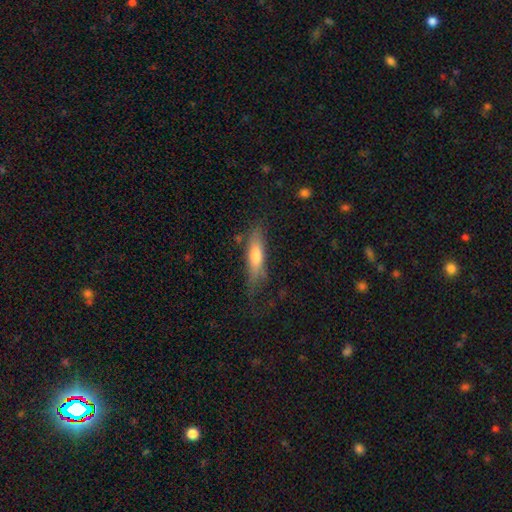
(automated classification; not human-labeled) A smooth galaxy with no disk features (62%) that is cigar-shaped (72%). Merging: none (65%).